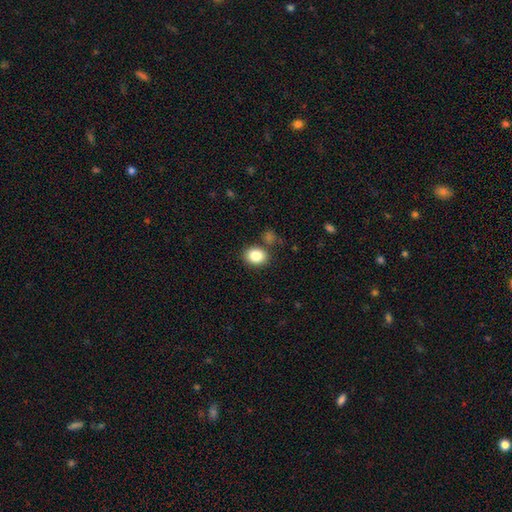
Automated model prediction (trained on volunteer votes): This is clearly a smooth galaxy (85%). How rounded: possibly round (55%). Merging: likely none (79%).